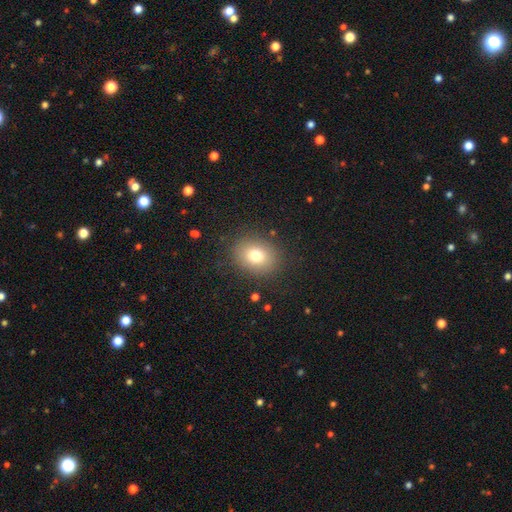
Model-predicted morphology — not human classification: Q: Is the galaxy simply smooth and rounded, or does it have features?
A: smooth — 77%.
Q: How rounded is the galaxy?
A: round — 53%.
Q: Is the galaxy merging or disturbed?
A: none — 85%.